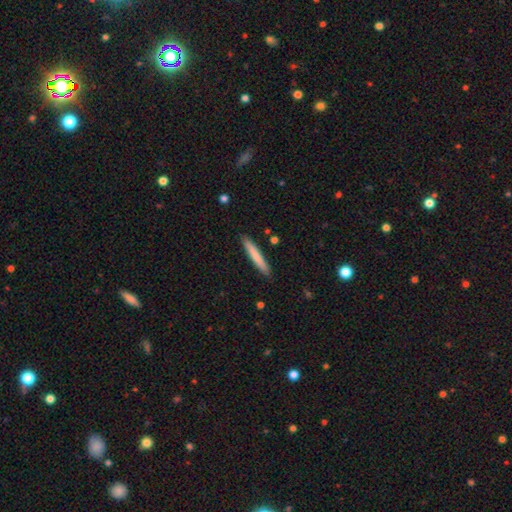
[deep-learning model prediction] smooth-or-featured: smooth: 77% | featured or disk: 18% | star or artifact: 5%
  how-rounded: cigar-shaped: 95% | in between: 4% | round: 1%
  merging: none: 90% | minor disturbance: 7% | major disturbance: 1% | merger: 1%